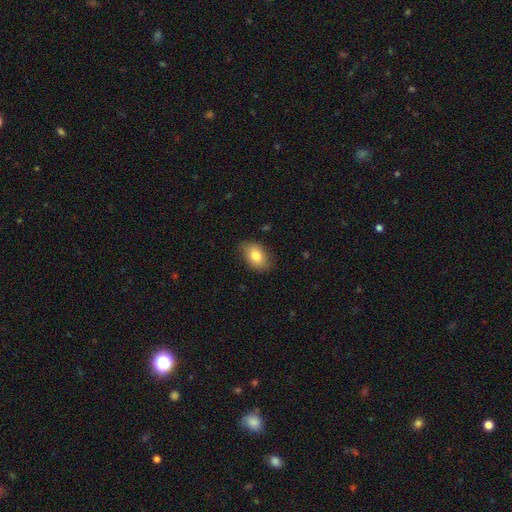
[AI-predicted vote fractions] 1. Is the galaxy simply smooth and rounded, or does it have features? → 81% smooth, 12% featured or disk, 8% star or artifact.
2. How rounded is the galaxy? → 86% in between, 13% round, 1% cigar-shaped.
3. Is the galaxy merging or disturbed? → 82% none, 14% minor disturbance, 3% major disturbance, 1% merger.